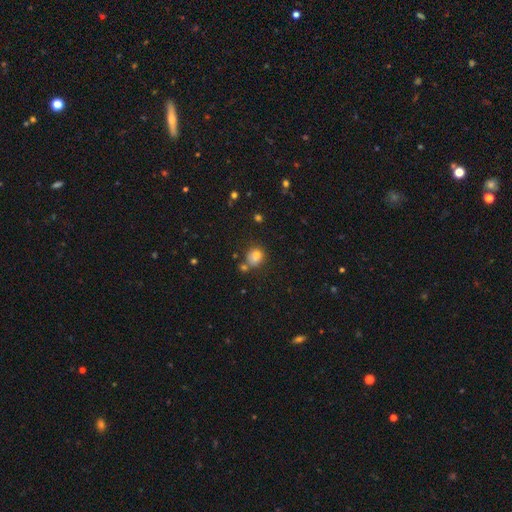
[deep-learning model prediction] This is likely a smooth galaxy (76%). How rounded: possibly round (58%). Merging: possibly none (51%).